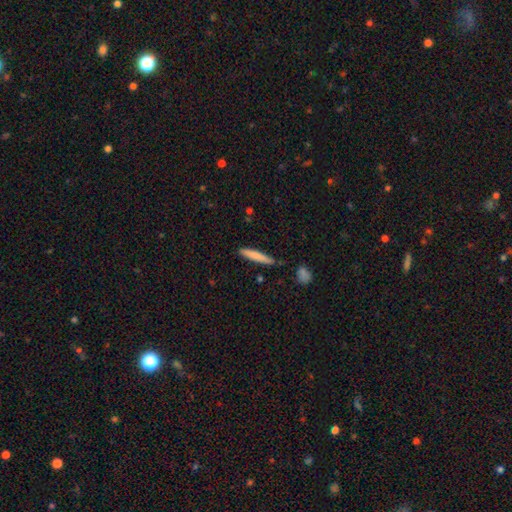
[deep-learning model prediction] smooth_or_featured: smooth (p=0.76) [alt: featured or disk p=0.18]
how_rounded: cigar-shaped (p=0.93) [alt: in between p=0.06]
merging: none (p=0.81) [alt: minor disturbance p=0.14]